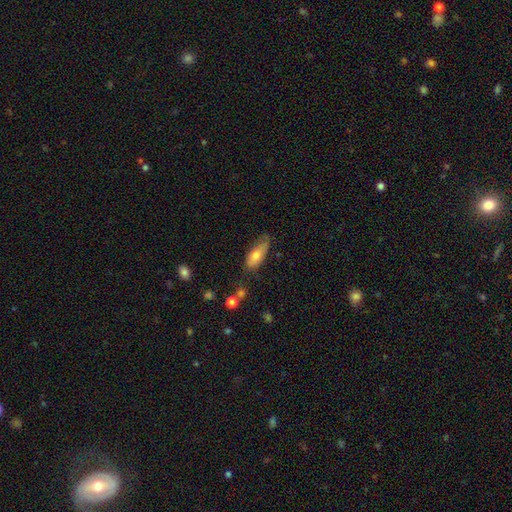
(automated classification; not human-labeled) smooth 73%, featured or disk 21%, star or artifact 7%. Down the decision tree: how rounded — in between (73%); merging — none (56%).